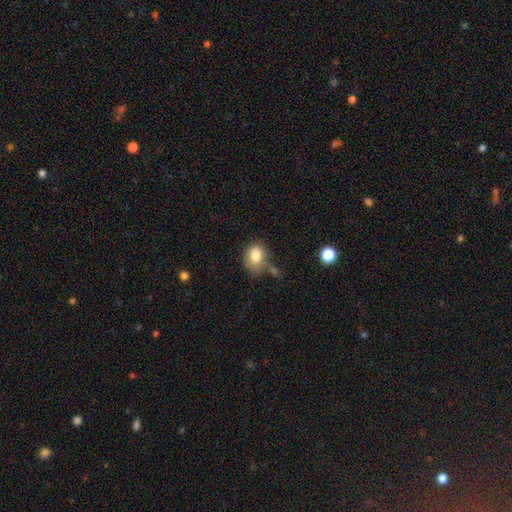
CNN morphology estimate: The model was most divided on "how rounded": in between: 62%, round: 37%, cigar-shaped: 1%. More confident: smooth or featured — smooth (81%); merging — none (53%).